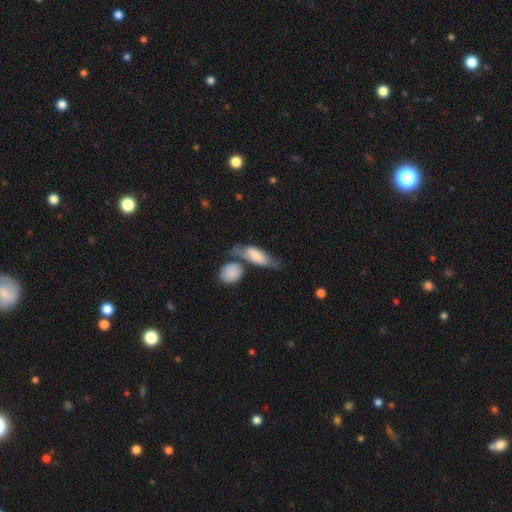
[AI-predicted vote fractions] This appears to be a smooth galaxy with no disk features (66%) that is in between round and cigar-shaped (62%). Merging: none (44%).